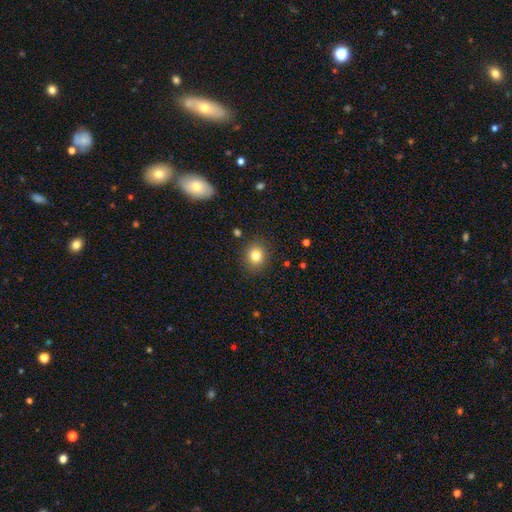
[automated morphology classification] smooth_or_featured: smooth (p=0.81) [alt: star or artifact p=0.12]
how_rounded: round (p=0.78) [alt: in between p=0.21]
merging: none (p=0.88) [alt: minor disturbance p=0.08]